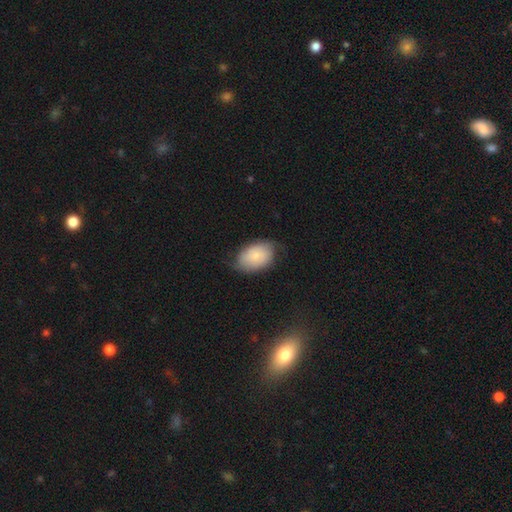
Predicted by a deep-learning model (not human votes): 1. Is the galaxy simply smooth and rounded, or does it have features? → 65% smooth, 28% featured or disk, 7% star or artifact.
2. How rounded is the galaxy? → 88% in between, 11% round, 1% cigar-shaped.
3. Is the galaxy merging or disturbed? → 63% none, 26% minor disturbance, 9% major disturbance, 1% merger.